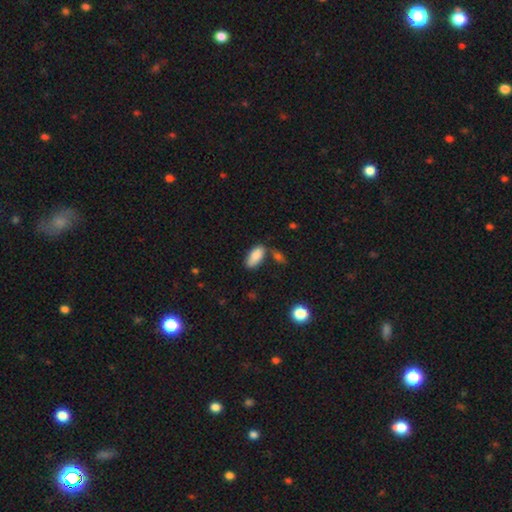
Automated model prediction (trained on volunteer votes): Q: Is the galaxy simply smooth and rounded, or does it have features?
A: smooth — 86%.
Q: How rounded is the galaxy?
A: in between — 90%.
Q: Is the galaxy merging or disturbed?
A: none — 66%.